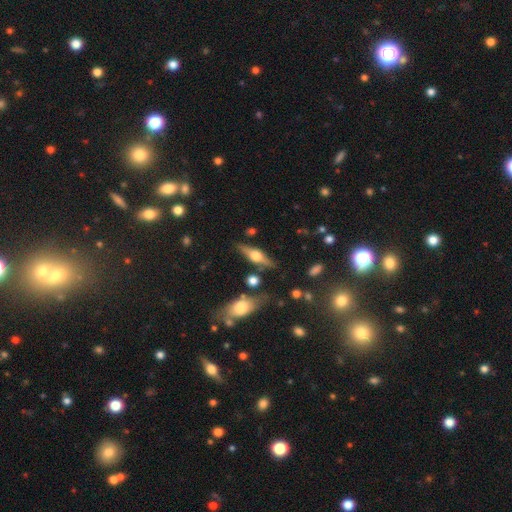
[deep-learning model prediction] Smooth or featured?
  - featured or disk: 68% *
  - smooth: 26%
  - star or artifact: 6%
Edge-on disk?
  - yes: 95% *
  - no: 5%
Edge-on bulge?
  - rounded: 93% *
  - boxy: 5%
  - none: 2%
Merging?
  - none: 81% *
  - minor disturbance: 11%
  - merger: 5%
  - major disturbance: 3%